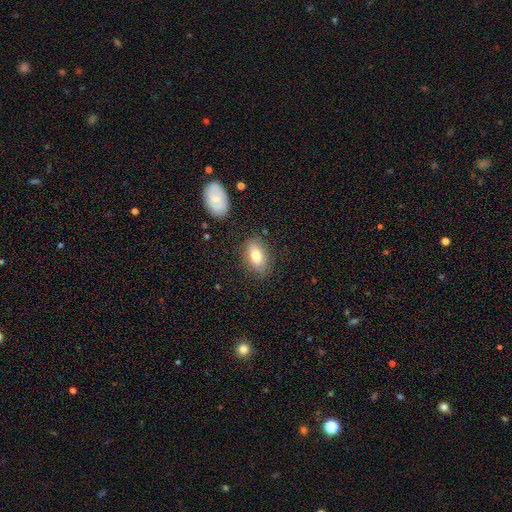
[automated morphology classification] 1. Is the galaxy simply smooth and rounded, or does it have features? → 76% smooth, 16% featured or disk, 8% star or artifact.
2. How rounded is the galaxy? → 89% in between, 9% round, 3% cigar-shaped.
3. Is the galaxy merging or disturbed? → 81% none, 14% minor disturbance, 3% major disturbance, 2% merger.